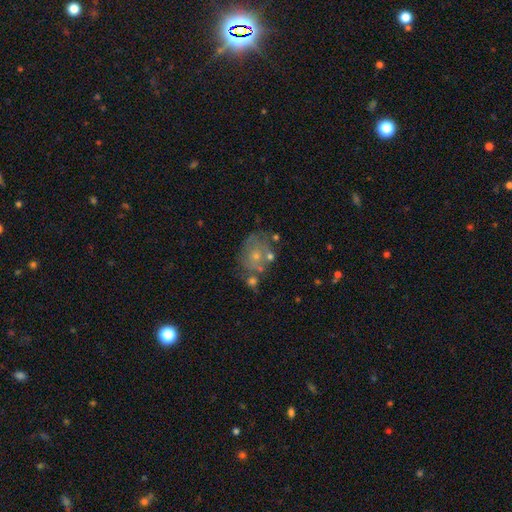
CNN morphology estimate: A featured or disk galaxy (46%).

Vote fractions:
- Smooth or featured? featured or disk: 46% / smooth: 37% / star or artifact: 18%
- Merging? none: 57% / minor disturbance: 20% / merger: 13% / major disturbance: 10%